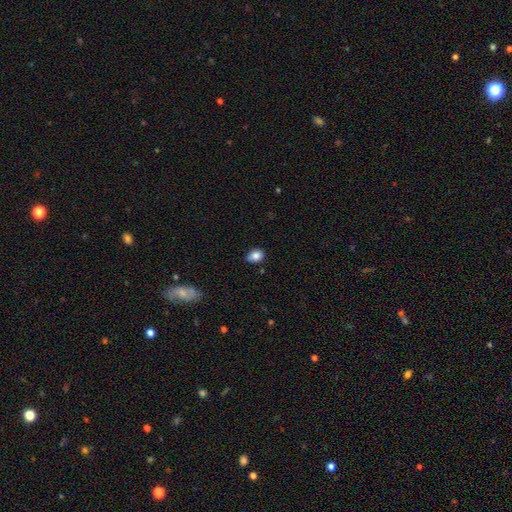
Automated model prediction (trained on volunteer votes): Q: Smooth or featured?
A: smooth (83%); runner-up: star or artifact (9%)
Q: How rounded?
A: in between (67%); runner-up: round (32%)
Q: Merging?
A: none (73%); runner-up: minor disturbance (22%)